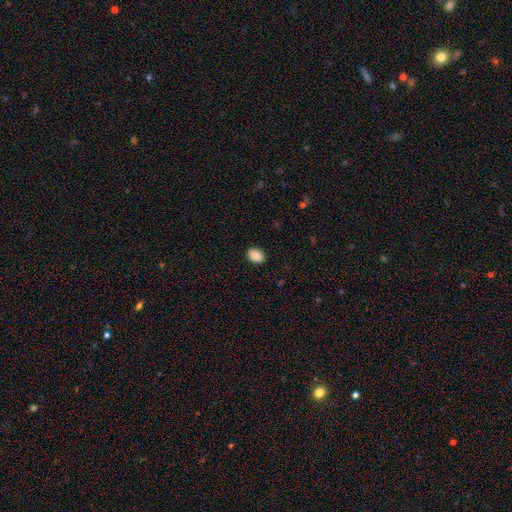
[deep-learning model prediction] Smooth or featured? smooth (90%)
How rounded? in between (70%)
Merging? none (90%)